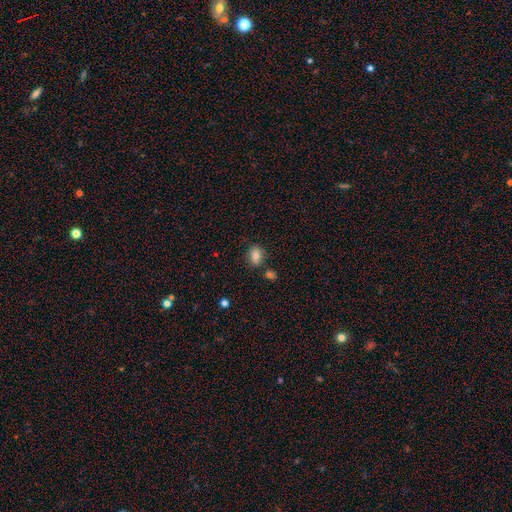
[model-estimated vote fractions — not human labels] Overall: smooth (80%). How rounded: in between (56%; round 43%). Merging: none (80%).